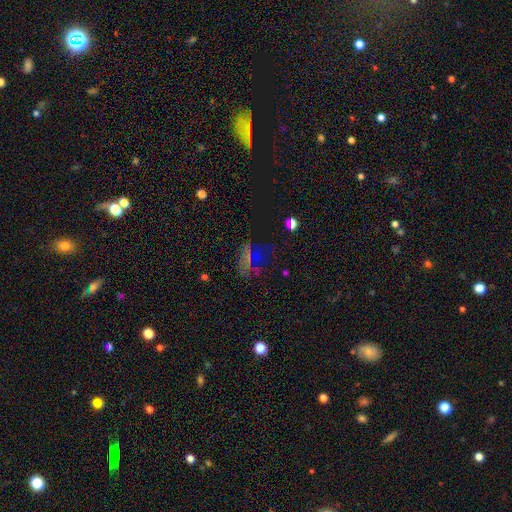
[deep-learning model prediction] Smooth or featured? Predicted: star or artifact (p=0.44).